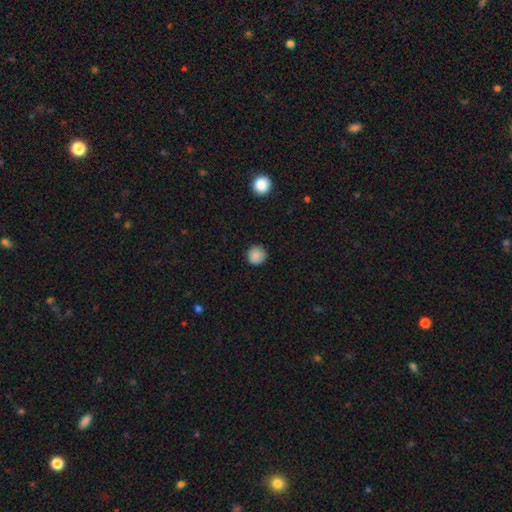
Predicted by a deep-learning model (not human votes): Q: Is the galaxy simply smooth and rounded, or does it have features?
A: smooth — 86%.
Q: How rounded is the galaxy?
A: round — 94%.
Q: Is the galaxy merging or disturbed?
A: none — 87%.